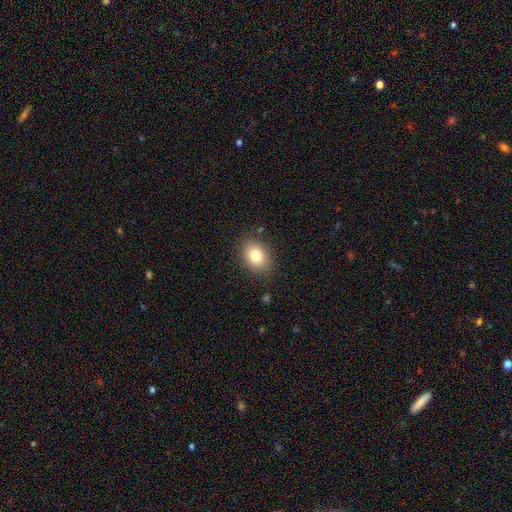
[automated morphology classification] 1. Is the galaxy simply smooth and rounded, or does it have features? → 81% smooth, 10% star or artifact, 10% featured or disk.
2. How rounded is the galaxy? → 65% in between, 34% round, 1% cigar-shaped.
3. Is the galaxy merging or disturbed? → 85% none, 11% minor disturbance, 3% major disturbance, 1% merger.